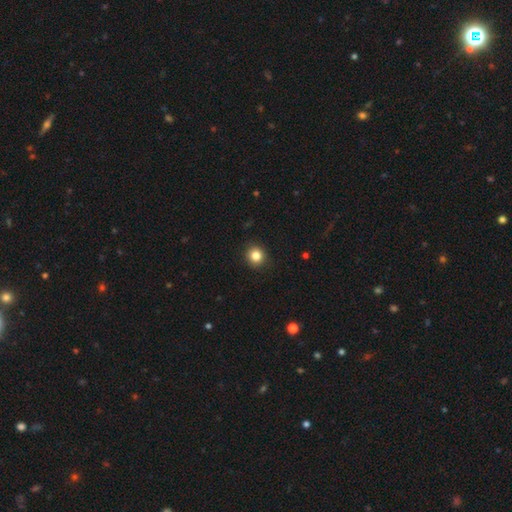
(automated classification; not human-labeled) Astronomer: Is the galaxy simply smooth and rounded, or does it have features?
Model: smooth — 84%.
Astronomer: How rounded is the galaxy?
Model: round — 89%.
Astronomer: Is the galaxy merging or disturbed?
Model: none — 92%.